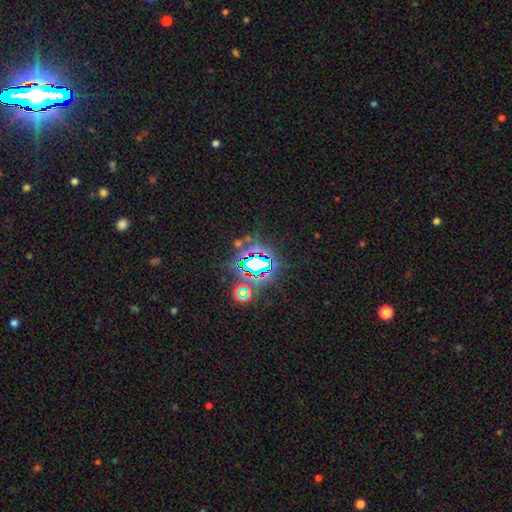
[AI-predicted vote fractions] Smooth or featured: star or artifact — 77% (smooth — 13%)